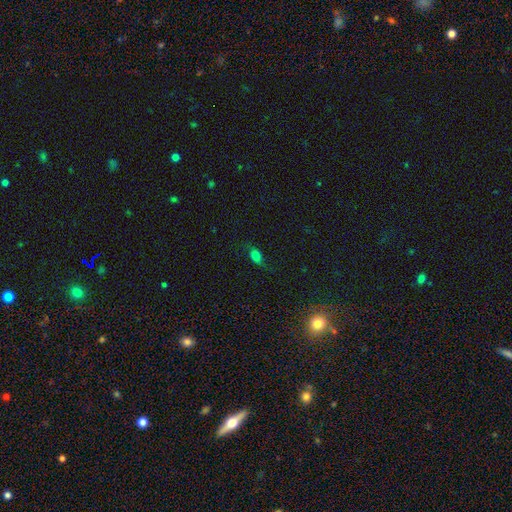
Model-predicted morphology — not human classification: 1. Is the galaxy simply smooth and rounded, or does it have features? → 66% smooth, 18% featured or disk, 16% star or artifact.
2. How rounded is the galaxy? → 71% in between, 22% round, 7% cigar-shaped.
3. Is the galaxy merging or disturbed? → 65% none, 22% minor disturbance, 11% major disturbance, 2% merger.